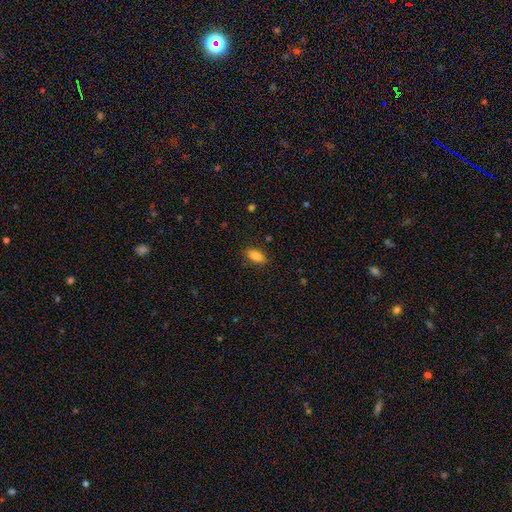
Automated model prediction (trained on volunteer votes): smooth_or_featured: smooth (p=0.87) [alt: star or artifact p=0.08]
how_rounded: in between (p=0.86) [alt: cigar-shaped p=0.11]
merging: none (p=0.87) [alt: minor disturbance p=0.10]